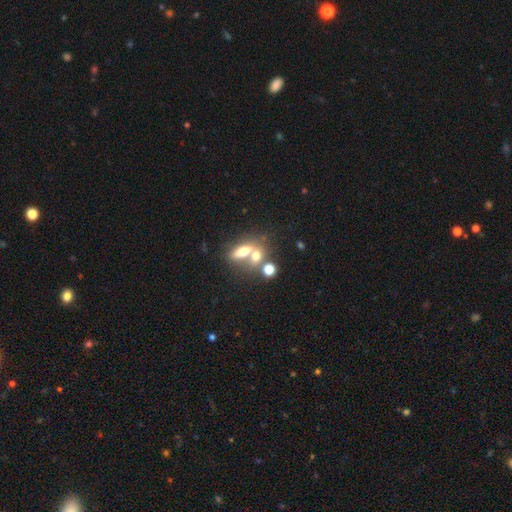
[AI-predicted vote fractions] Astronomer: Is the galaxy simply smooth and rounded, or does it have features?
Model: smooth — 62%.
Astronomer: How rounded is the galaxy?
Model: in between — 62%.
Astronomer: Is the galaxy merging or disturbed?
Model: merger — 51% (runner-up: none, 34%).